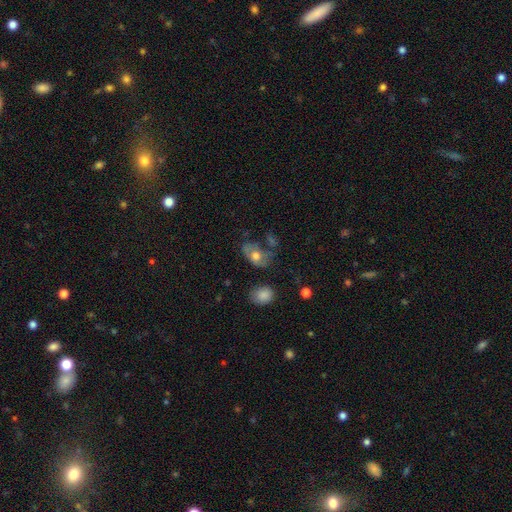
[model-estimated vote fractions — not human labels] Smooth or featured?
  - smooth: 63% *
  - featured or disk: 28%
  - star or artifact: 8%
How rounded?
  - in between: 82% *
  - round: 16%
  - cigar-shaped: 2%
Merging?
  - none: 39% *
  - minor disturbance: 29%
  - major disturbance: 20%
  - merger: 12%